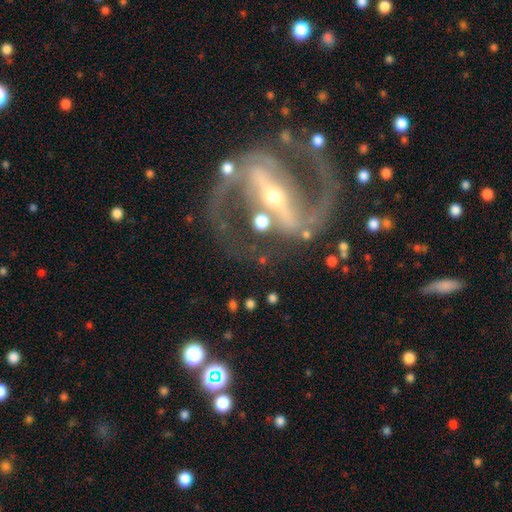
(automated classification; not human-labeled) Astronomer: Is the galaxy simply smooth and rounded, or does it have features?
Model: featured or disk — 92%.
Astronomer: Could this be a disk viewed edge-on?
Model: no — 96%.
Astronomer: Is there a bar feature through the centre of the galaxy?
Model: strong — 80%.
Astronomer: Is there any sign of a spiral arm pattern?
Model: yes — 97%.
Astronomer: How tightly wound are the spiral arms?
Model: medium — 62%.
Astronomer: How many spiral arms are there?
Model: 2 — 94%.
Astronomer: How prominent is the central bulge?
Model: small — 57% (runner-up: moderate, 38%).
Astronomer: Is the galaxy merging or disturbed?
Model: none — 78%.